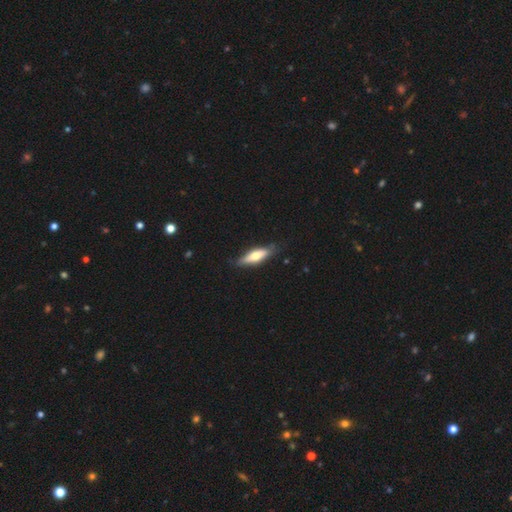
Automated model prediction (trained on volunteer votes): Overall: smooth (54%; featured or disk 41%). How rounded: cigar-shaped (59%; in between 39%). Merging: none (79%).